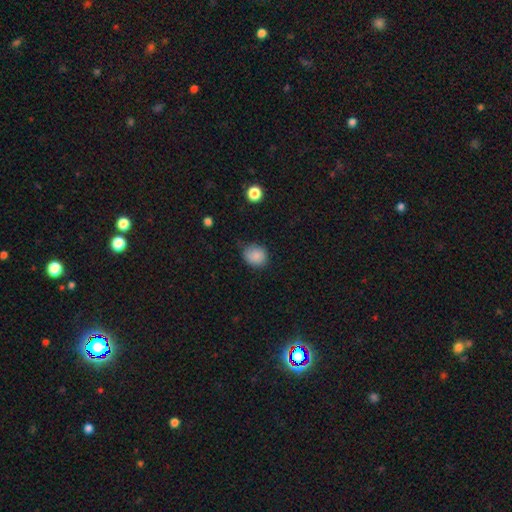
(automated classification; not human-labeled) Q: Smooth or featured?
A: smooth (86%); runner-up: star or artifact (9%)
Q: How rounded?
A: round (74%); runner-up: in between (25%)
Q: Merging?
A: none (71%); runner-up: minor disturbance (23%)